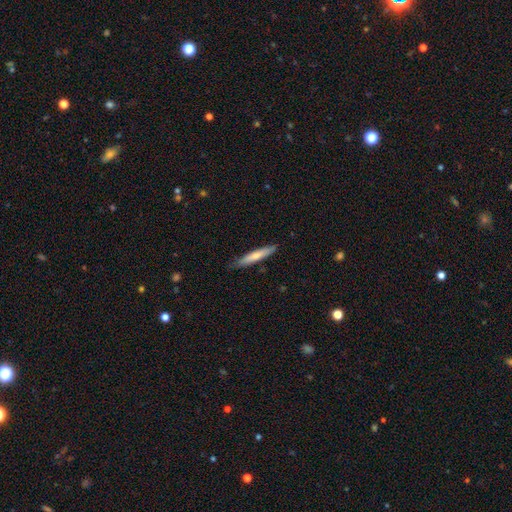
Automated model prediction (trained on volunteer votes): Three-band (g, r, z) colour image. It shows a smooth galaxy with no disk features (65%) that is cigar-shaped (91%). Merging: none (82%).